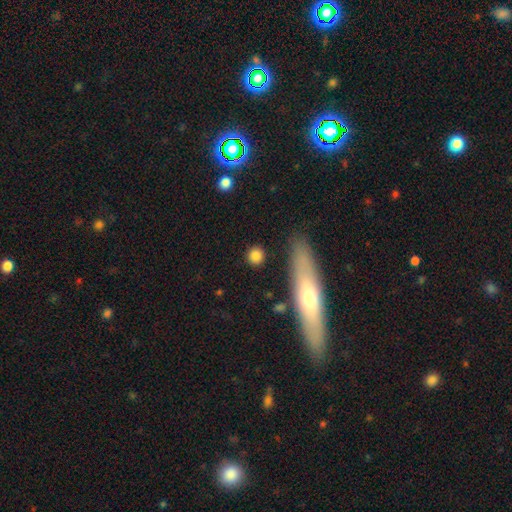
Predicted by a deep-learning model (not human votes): Morphology: type=smooth (84%); roundness=round (88%); merging=none (89%).